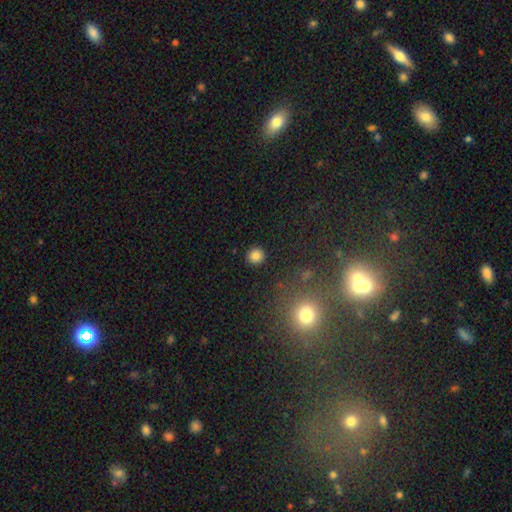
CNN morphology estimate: Smooth or featured?
  - smooth: 82% *
  - star or artifact: 13%
  - featured or disk: 5%
How rounded?
  - round: 93% *
  - in between: 6%
  - cigar-shaped: 1%
Merging?
  - none: 91% *
  - minor disturbance: 5%
  - major disturbance: 2%
  - merger: 1%